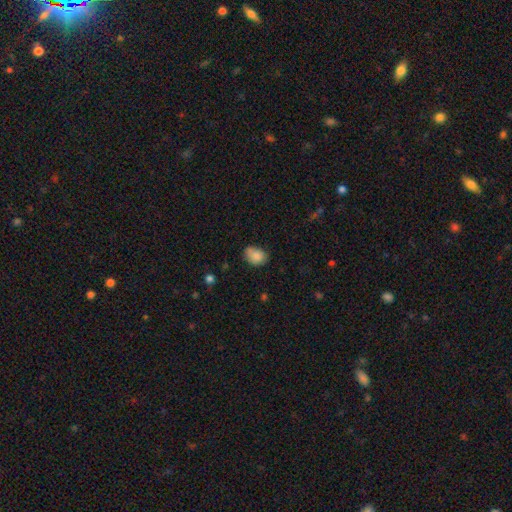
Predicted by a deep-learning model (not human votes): The model was most divided on "how rounded": in between: 63%, round: 36%, cigar-shaped: 1%. More confident: smooth or featured — smooth (84%); merging — none (59%).